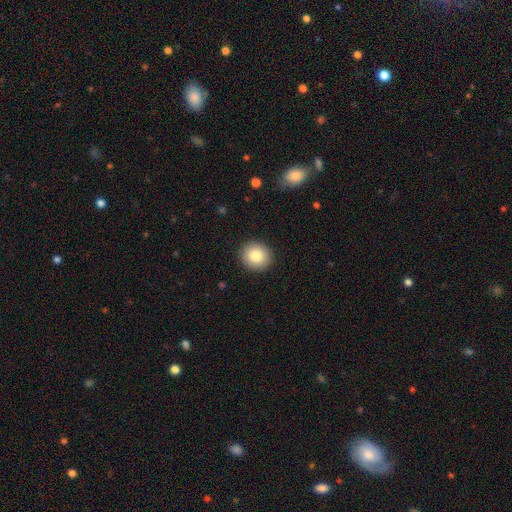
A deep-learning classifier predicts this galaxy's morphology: Smooth or featured? smooth (84%)
How rounded? round (89%)
Merging? none (92%)